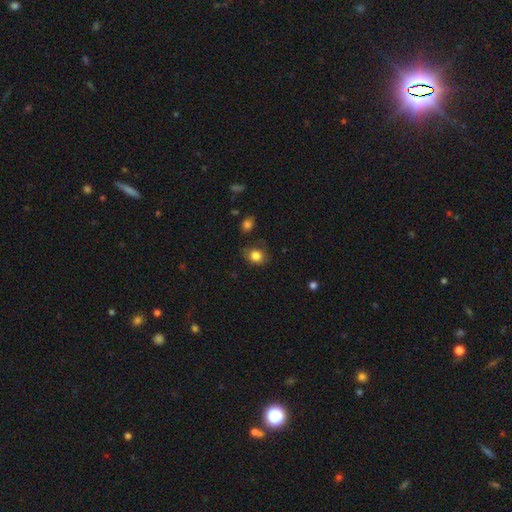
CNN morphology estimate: Smooth or featured: smooth — 83% (star or artifact — 10%)
How rounded: round — 61% (in between — 38%)
Merging: none — 72% (minor disturbance — 20%)